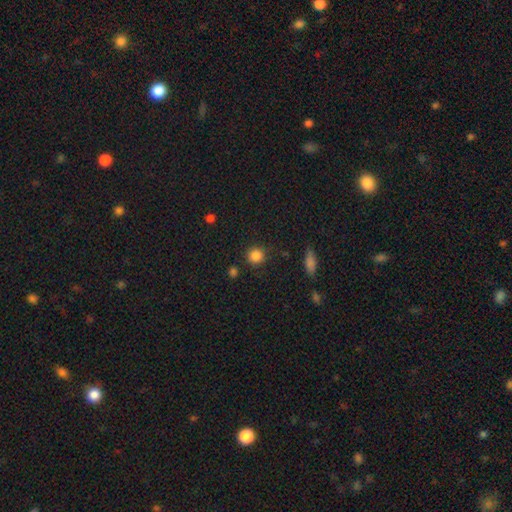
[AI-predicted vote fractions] Smooth or featured? Predicted: smooth (p=0.85). How rounded? Predicted: round (p=0.91). Merging? Predicted: none (p=0.86).